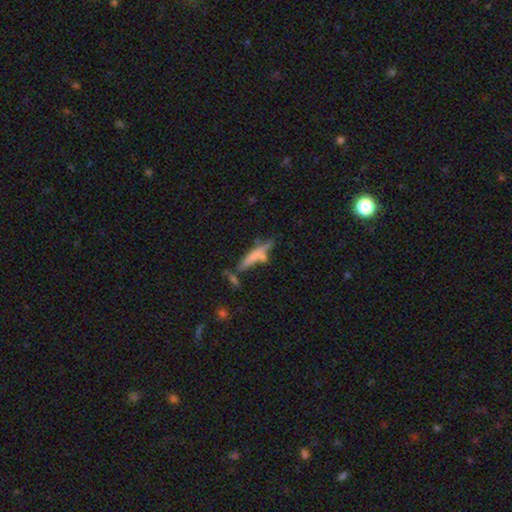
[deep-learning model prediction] Smooth or featured? Predicted: smooth (p=0.58). How rounded? Predicted: cigar-shaped (p=0.84). Merging? Predicted: none (p=0.55).